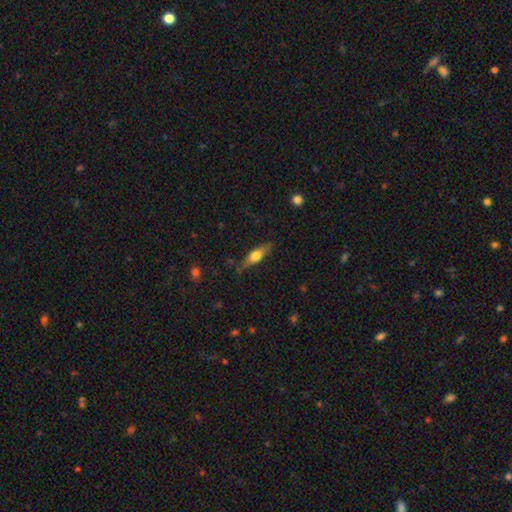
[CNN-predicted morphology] Q: Smooth or featured?
A: smooth (50%); runner-up: featured or disk (43%)
Q: How rounded?
A: cigar-shaped (56%); runner-up: in between (41%)
Q: Merging?
A: none (76%); runner-up: minor disturbance (18%)